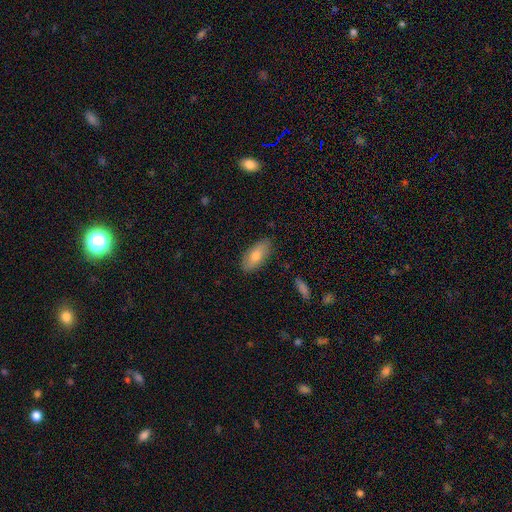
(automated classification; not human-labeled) smooth-or-featured: smooth: 73% | featured or disk: 21% | star or artifact: 7%
  how-rounded: in between: 87% | cigar-shaped: 10% | round: 3%
  merging: none: 85% | minor disturbance: 11% | major disturbance: 2% | merger: 1%